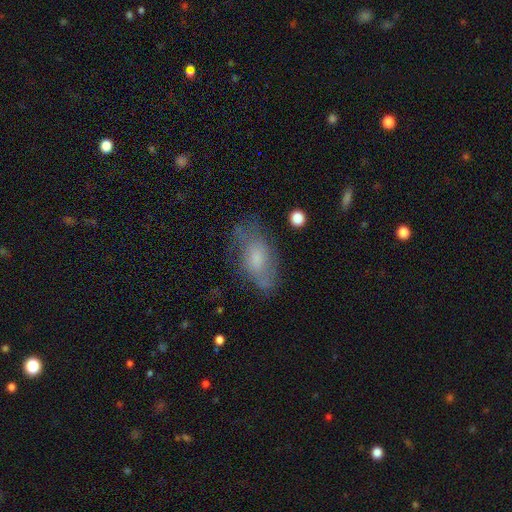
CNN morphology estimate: This appears to be a smooth galaxy with no disk features (47%). Merging: none (66%).